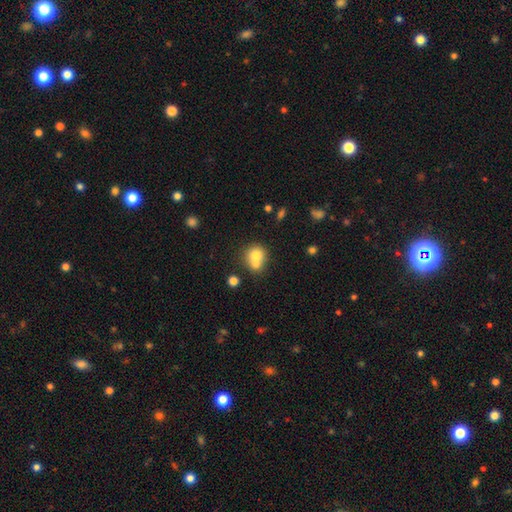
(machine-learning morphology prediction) smooth_or_featured: smooth (p=0.72) [alt: featured or disk p=0.17]
how_rounded: round (p=0.82) [alt: in between p=0.17]
merging: merger (p=0.54) [alt: none p=0.37]